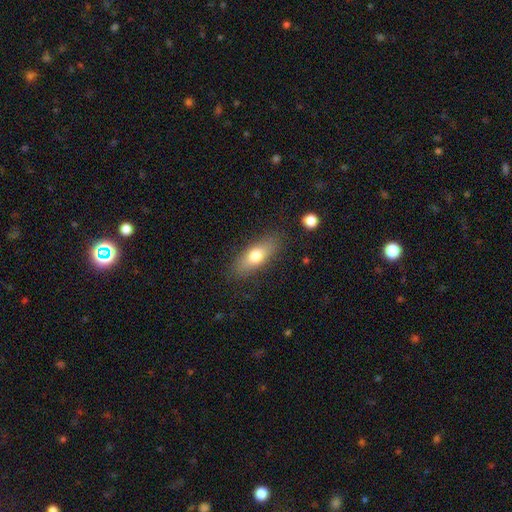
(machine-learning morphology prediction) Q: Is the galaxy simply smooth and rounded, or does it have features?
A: smooth — 71%.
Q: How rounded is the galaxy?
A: in between — 66%.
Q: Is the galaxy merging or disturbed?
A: none — 83%.